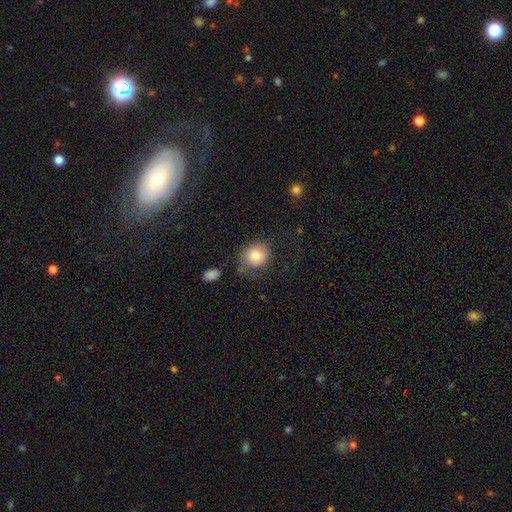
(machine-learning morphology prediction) smooth 79%, featured or disk 12%, star or artifact 9%. Down the decision tree: how rounded — round (82%); merging — none (59%).